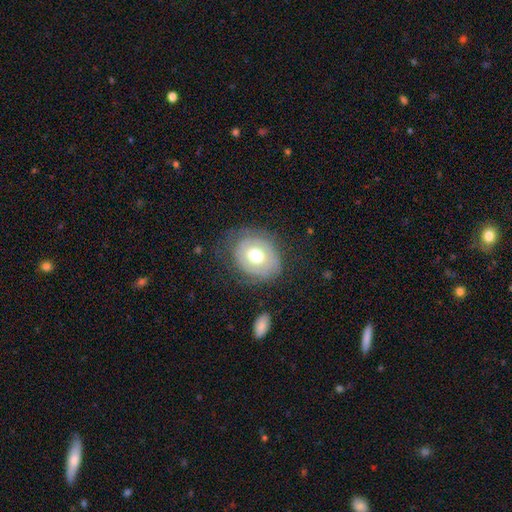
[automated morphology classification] smooth 54%, featured or disk 39%, star or artifact 8%. Down the decision tree: how rounded — round (56%); merging — none (67%).